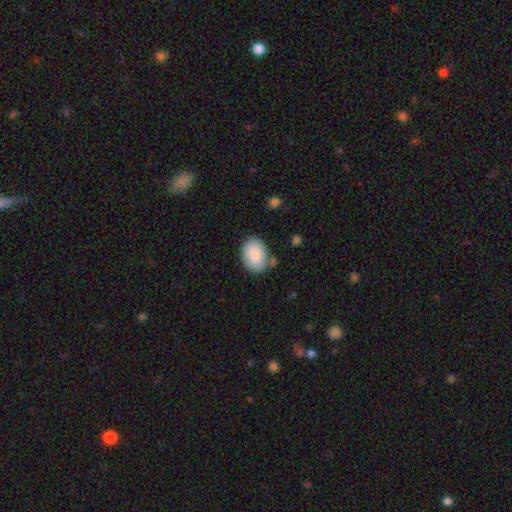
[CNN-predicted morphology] Smooth or featured? smooth (84%)
How rounded? in between (74%)
Merging? none (74%)